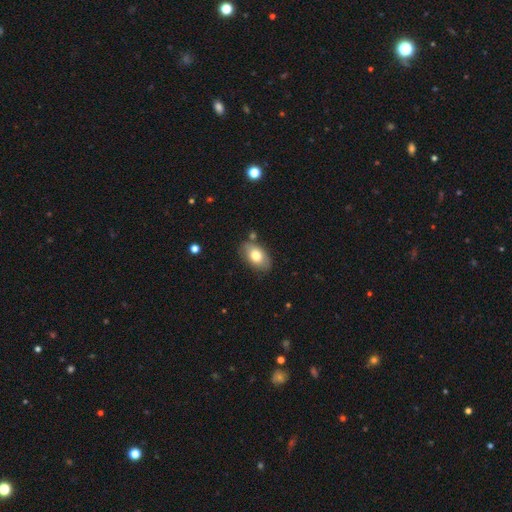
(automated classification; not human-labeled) This appears to be a smooth galaxy with no disk features (74%) that is in between round and cigar-shaped (90%). Merging: none (76%).